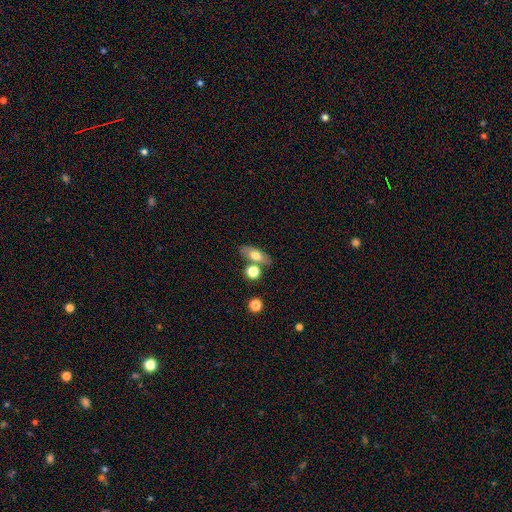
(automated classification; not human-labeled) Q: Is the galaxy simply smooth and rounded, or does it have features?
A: smooth — 67%.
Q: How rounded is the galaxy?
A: in between — 76%.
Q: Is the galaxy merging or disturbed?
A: none — 65%.